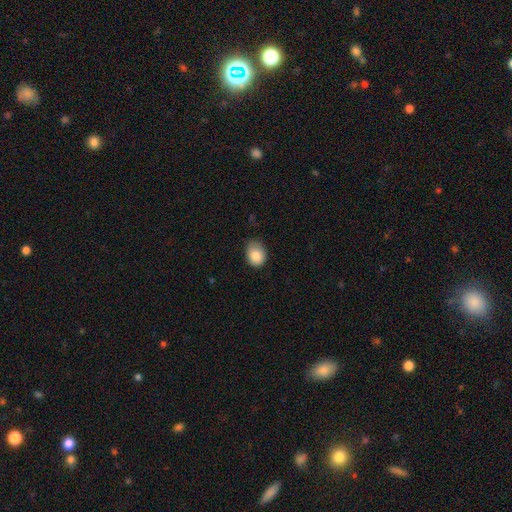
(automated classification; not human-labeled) A smooth galaxy with no disk features (84%) that is in between round and cigar-shaped (57%). Merging: none (56%).